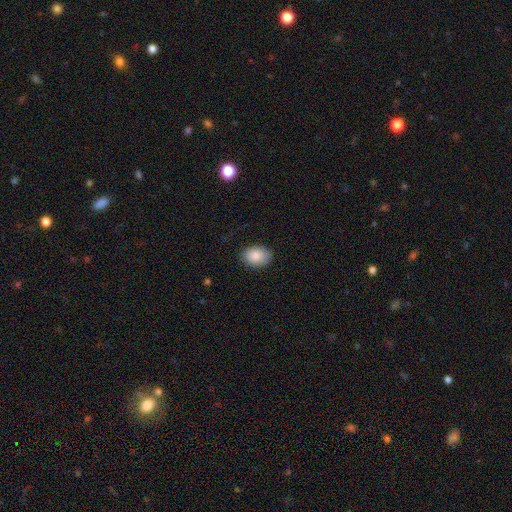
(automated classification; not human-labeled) The model was most divided on "how rounded": in between: 77%, round: 22%, cigar-shaped: 1%. More confident: smooth or featured — smooth (88%); merging — none (84%).